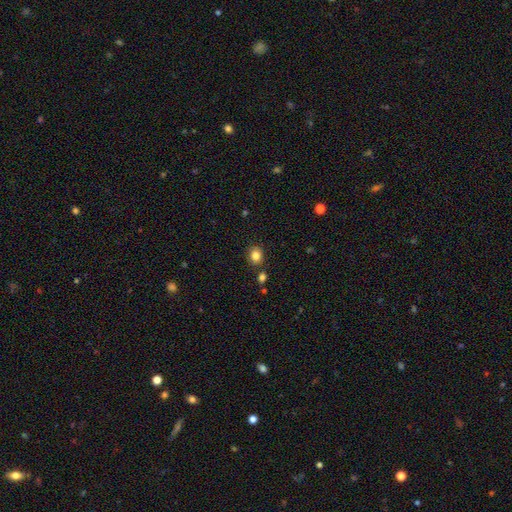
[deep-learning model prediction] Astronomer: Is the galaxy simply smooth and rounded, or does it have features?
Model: smooth — 83%.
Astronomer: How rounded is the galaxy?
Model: round — 72%.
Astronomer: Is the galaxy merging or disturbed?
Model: none — 84%.